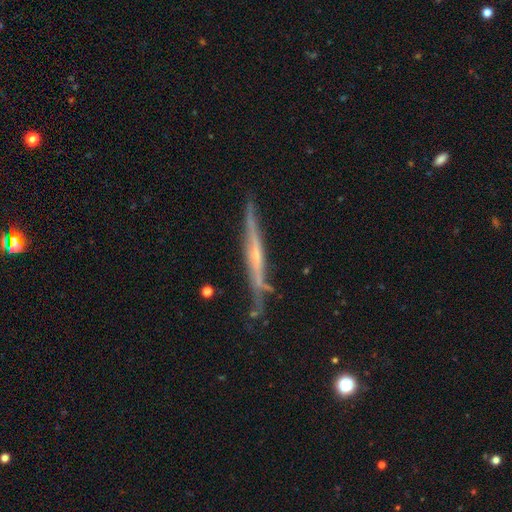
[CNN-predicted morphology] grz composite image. It shows a featured or disk galaxy (76%) viewed edge-on (95%) with a rounded central bulge (48%). Merging: none (76%).